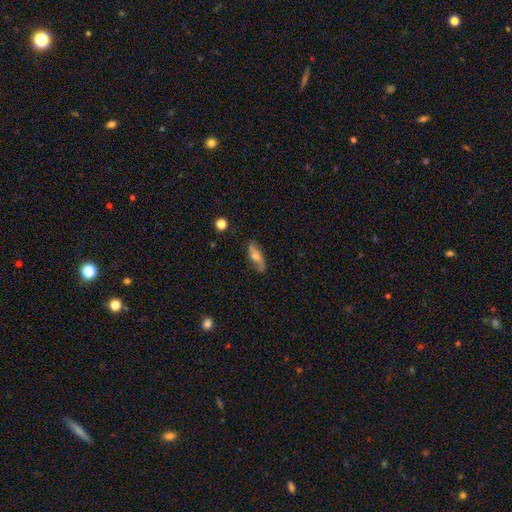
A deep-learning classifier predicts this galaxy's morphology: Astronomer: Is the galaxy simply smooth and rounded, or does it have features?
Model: featured or disk — 50% (runner-up: smooth, 42%).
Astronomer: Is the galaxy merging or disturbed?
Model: none — 78%.